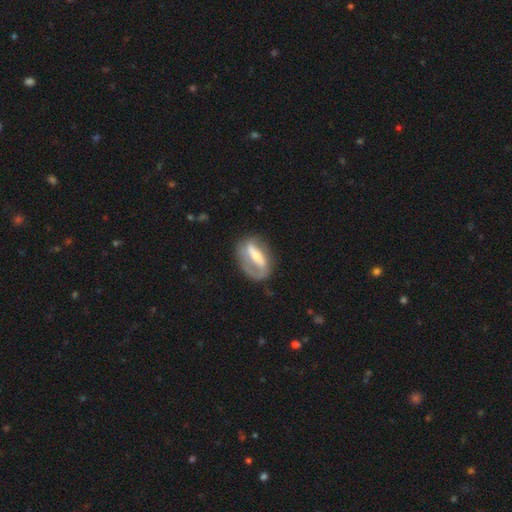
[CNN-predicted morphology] Overall: featured or disk (64%; smooth 30%). Edge-on disk: no (87%). Bar: strong (62%; weak 22%). Spiral arms: yes (64%; no 36%). Bulge size: moderate (40%; small 39%). Merging: none (60%; minor disturbance 21%).